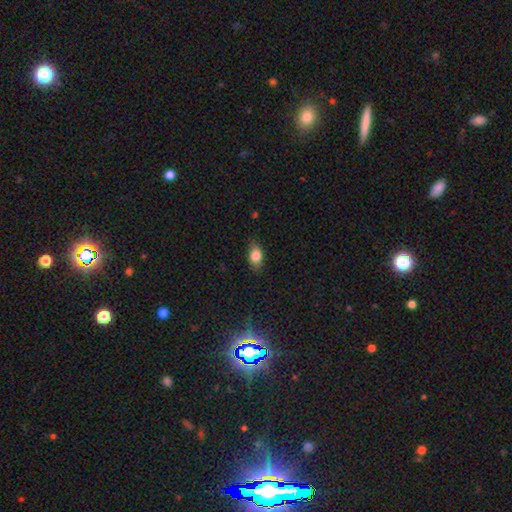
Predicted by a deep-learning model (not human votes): A smooth galaxy with no disk features (82%) that is in between round and cigar-shaped (82%).

Vote fractions:
- Smooth or featured? smooth: 82% / featured or disk: 10% / star or artifact: 9%
- How rounded? in between: 82% / round: 14% / cigar-shaped: 4%
- Merging? none: 80% / minor disturbance: 16% / major disturbance: 3% / merger: 1%